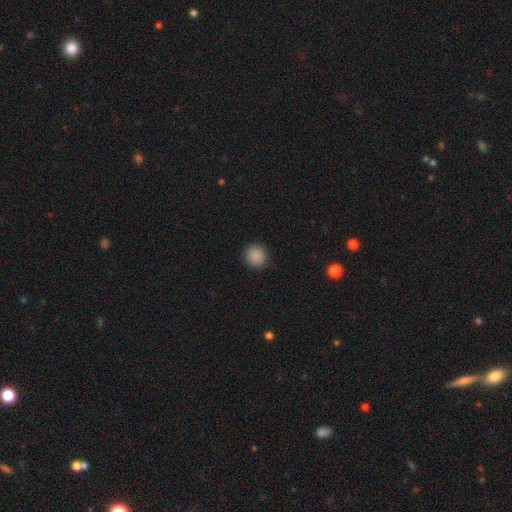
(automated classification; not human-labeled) A smooth galaxy with no disk features (87%) that is round (93%). Merging: none (89%).